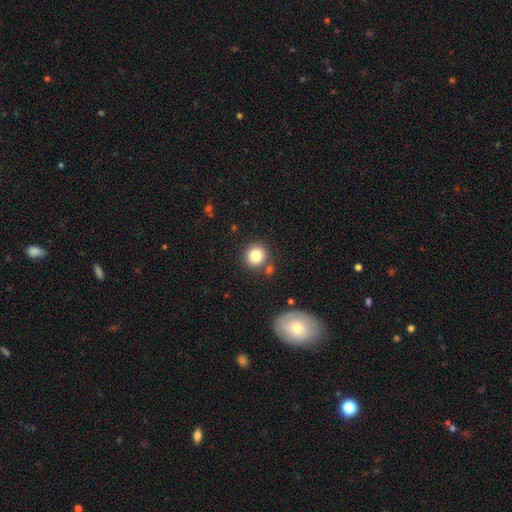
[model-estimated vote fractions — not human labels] Smooth or featured: smooth — 83% (star or artifact — 10%)
How rounded: round — 91% (in between — 8%)
Merging: none — 79% (merger — 9%)